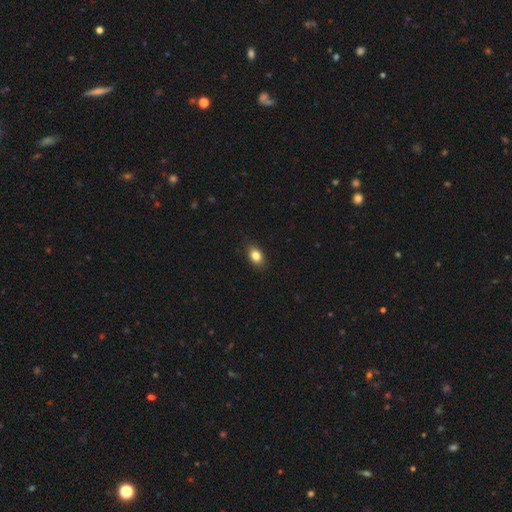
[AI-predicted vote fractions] Smooth or featured? Predicted: smooth (p=0.84). How rounded? Predicted: in between (p=0.81). Merging? Predicted: none (p=0.88).